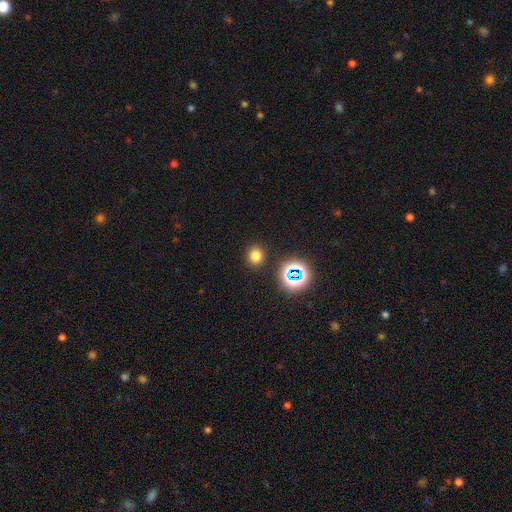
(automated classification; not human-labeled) smooth-or-featured: smooth: 75% | star or artifact: 20% | featured or disk: 6%
  how-rounded: round: 78% | in between: 21% | cigar-shaped: 1%
  merging: none: 88% | minor disturbance: 7% | major disturbance: 3% | merger: 2%